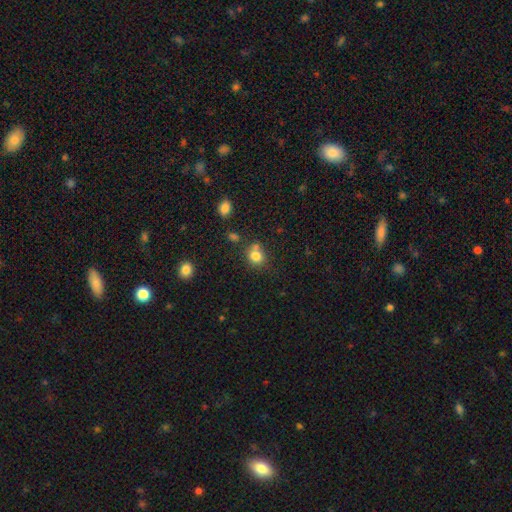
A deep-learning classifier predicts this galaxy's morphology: Smooth or featured? smooth (80%)
How rounded? round (75%)
Merging? none (58%)